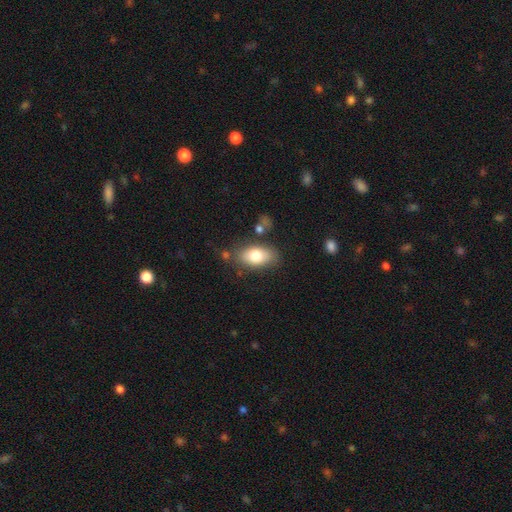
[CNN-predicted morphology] Overall: smooth (75%). How rounded: in between (90%). Merging: none (75%).